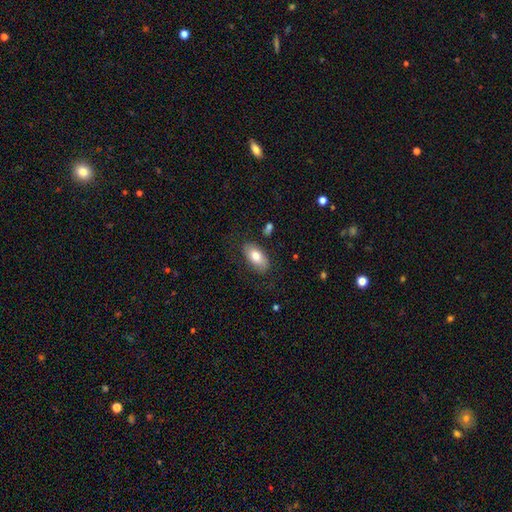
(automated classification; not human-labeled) A smooth galaxy with no disk features (76%) that is in between round and cigar-shaped (93%).

Vote fractions:
- Smooth or featured? smooth: 76% / featured or disk: 17% / star or artifact: 6%
- How rounded? in between: 93% / round: 4% / cigar-shaped: 3%
- Merging? none: 78% / minor disturbance: 15% / major disturbance: 4% / merger: 2%